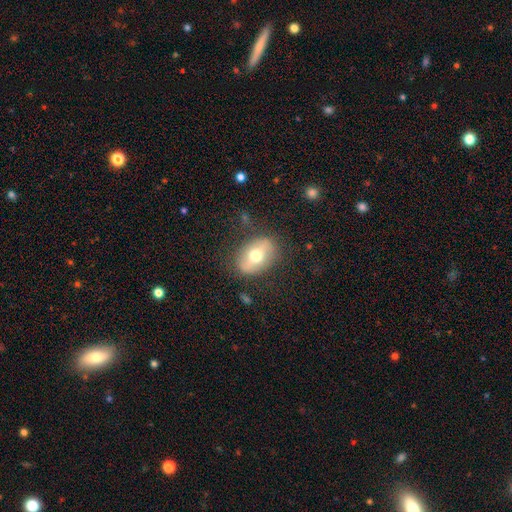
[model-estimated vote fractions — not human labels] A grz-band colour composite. It shows a smooth galaxy with no disk features (53%) that is in between round and cigar-shaped (77%). Merging: none (79%).